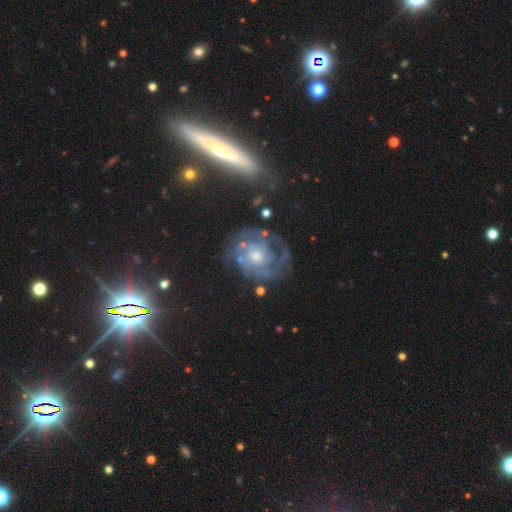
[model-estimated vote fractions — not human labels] featured or disk 82%, smooth 9%, star or artifact 9%. Down the decision tree: edge-on disk — no (97%); bar — no (74%); spiral arms — yes (92%); spiral arm count — 2 (39%); spiral winding — tight (63%); bulge size — moderate (47%); merging — none (67%).